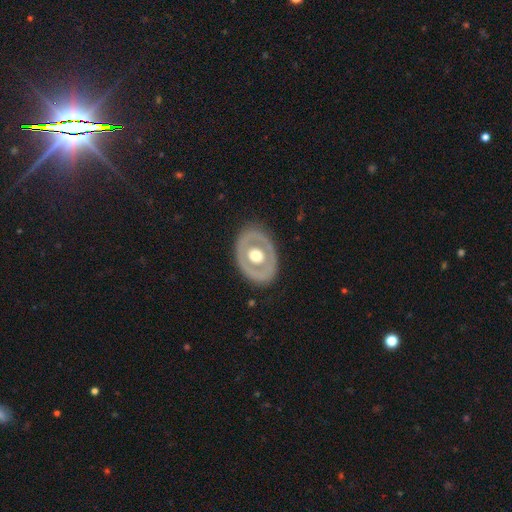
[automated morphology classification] Smooth or featured: featured or disk — 59% (smooth — 37%)
Edge-on disk: no — 92% (yes — 8%)
Bar: no — 91% (weak — 6%)
Spiral arms: no — 93% (yes — 7%)
Bulge size: moderate — 65% (large — 29%)
Merging: none — 83% (minor disturbance — 12%)